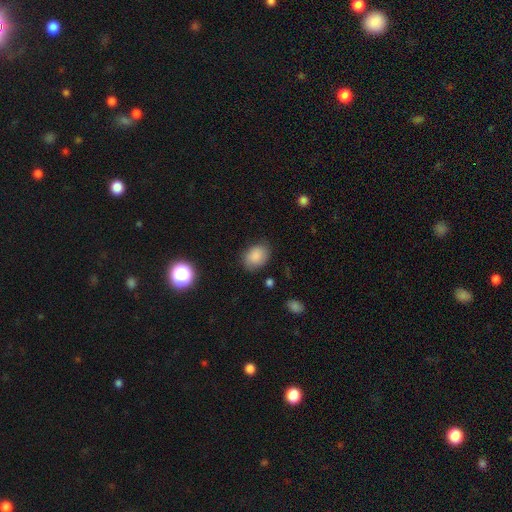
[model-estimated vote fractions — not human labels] smooth-or-featured: smooth: 84% | star or artifact: 9% | featured or disk: 7%
  how-rounded: in between: 70% | round: 29% | cigar-shaped: 1%
  merging: none: 77% | minor disturbance: 17% | major disturbance: 4% | merger: 1%